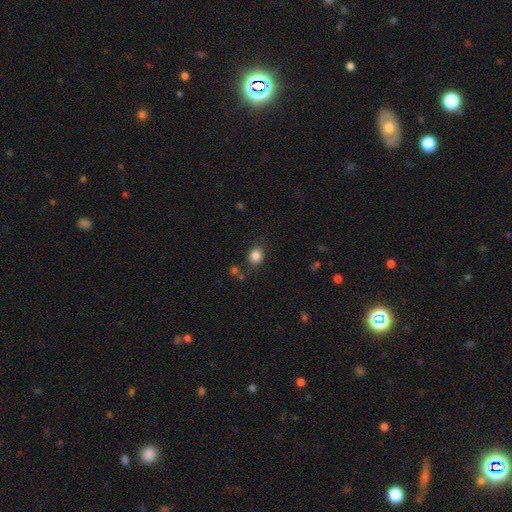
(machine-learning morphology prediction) Q: Smooth or featured?
A: smooth (84%); runner-up: star or artifact (11%)
Q: How rounded?
A: round (62%); runner-up: in between (37%)
Q: Merging?
A: none (78%); runner-up: minor disturbance (13%)